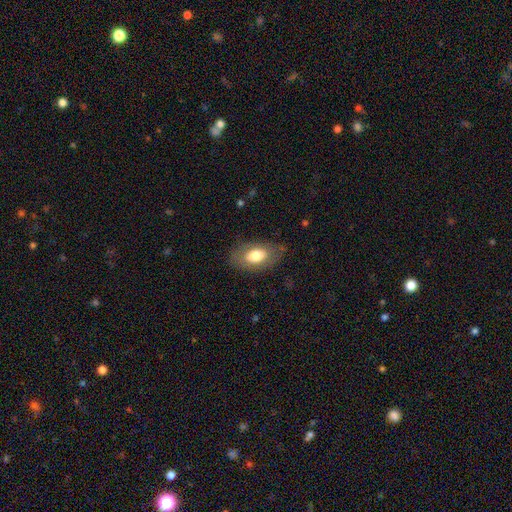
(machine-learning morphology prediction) Smooth or featured? smooth (71%)
How rounded? in between (91%)
Merging? none (77%)